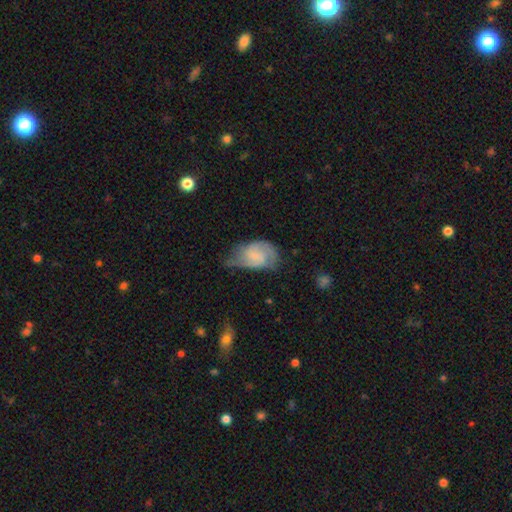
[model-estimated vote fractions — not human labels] Smooth or featured? featured or disk (56%)
Edge-on disk? no (97%)
Bar? no (50%)
Spiral arms? yes (85%)
Bulge size? small (44%)
Merging? none (41%)